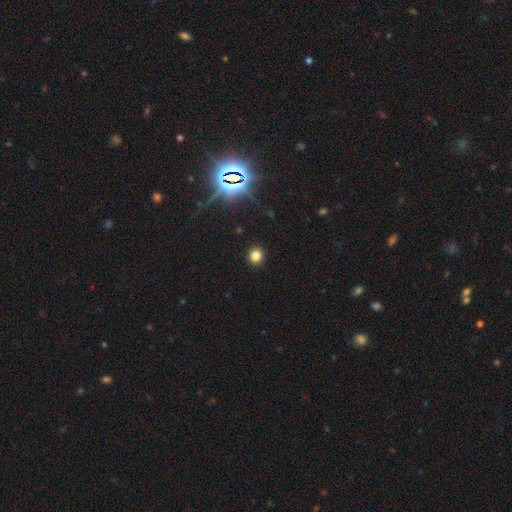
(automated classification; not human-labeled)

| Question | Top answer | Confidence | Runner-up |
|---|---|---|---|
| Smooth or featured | smooth | 78% | star or artifact (17%) |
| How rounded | round | 84% | in between (15%) |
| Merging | none | 92% | minor disturbance (5%) |